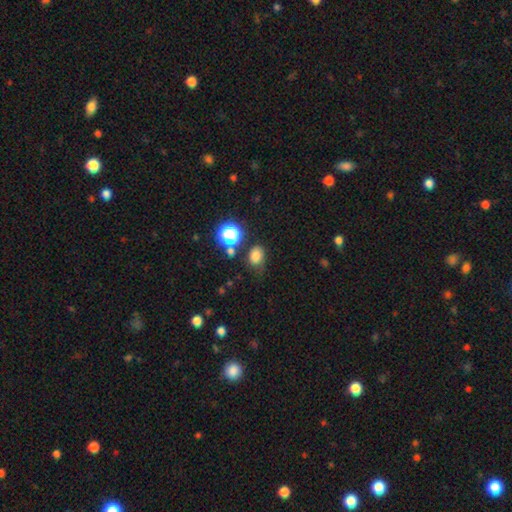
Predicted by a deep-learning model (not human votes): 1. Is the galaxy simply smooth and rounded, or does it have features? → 78% smooth, 16% star or artifact, 6% featured or disk.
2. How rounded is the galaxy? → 56% in between, 43% round, 1% cigar-shaped.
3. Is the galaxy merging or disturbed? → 67% none, 21% minor disturbance, 7% major disturbance, 6% merger.